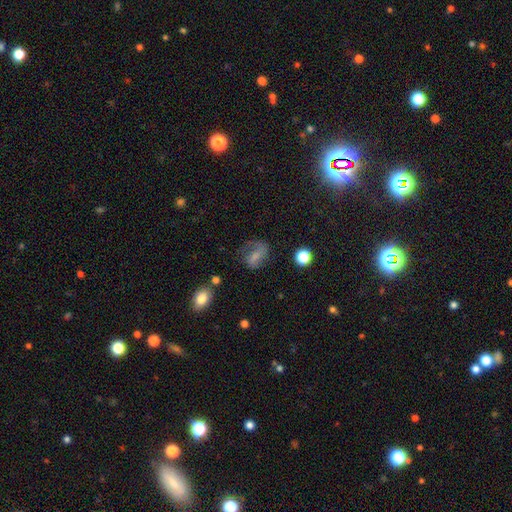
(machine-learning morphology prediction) A smooth galaxy with no disk features (47%).

Vote fractions:
- Smooth or featured? smooth: 47% / featured or disk: 40% / star or artifact: 13%
- Merging? none: 47% / major disturbance: 26% / minor disturbance: 24% / merger: 4%